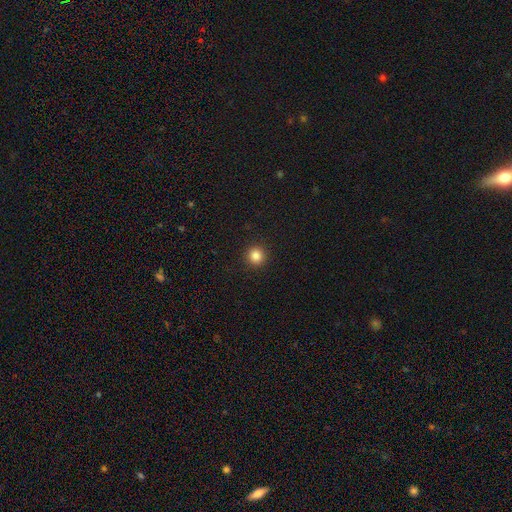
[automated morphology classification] The model was most divided on "smooth or featured": smooth: 85%, star or artifact: 12%, featured or disk: 4%. More confident: how rounded — round (95%); merging — none (93%).